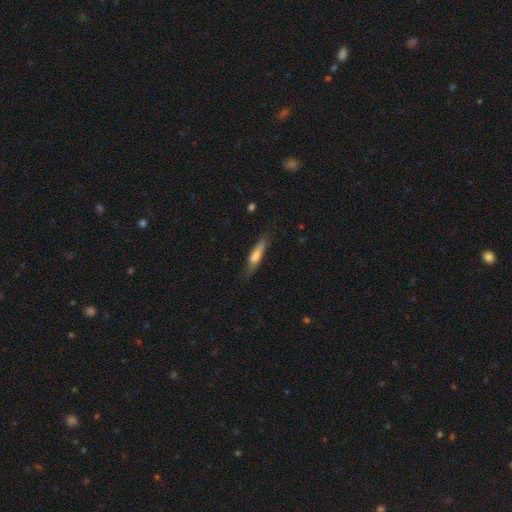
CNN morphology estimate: A smooth galaxy with no disk features (60%) that is cigar-shaped (79%).

Vote fractions:
- Smooth or featured? smooth: 60% / featured or disk: 33% / star or artifact: 7%
- How rounded? cigar-shaped: 79% / in between: 20% / round: 2%
- Merging? none: 72% / minor disturbance: 21% / major disturbance: 6% / merger: 2%